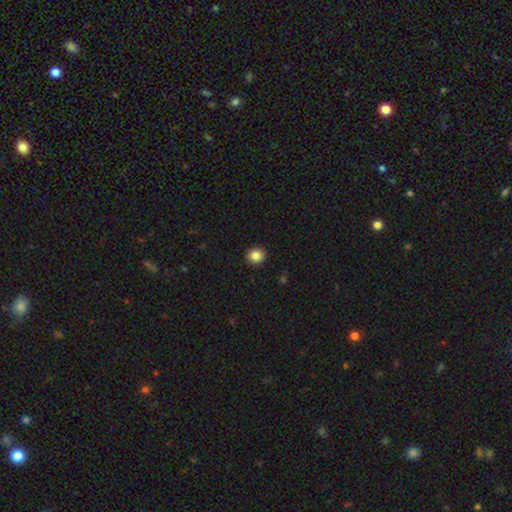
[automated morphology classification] smooth_or_featured: smooth (p=0.86) [alt: star or artifact p=0.10]
how_rounded: round (p=0.83) [alt: in between p=0.16]
merging: none (p=0.91) [alt: minor disturbance p=0.06]